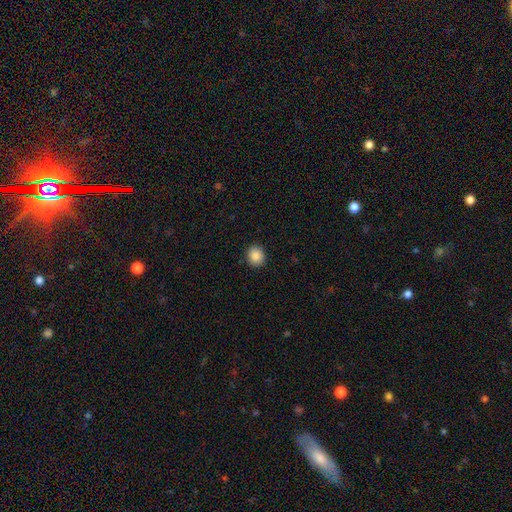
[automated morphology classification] type=smooth (88%); roundness=round (76%); merging=none (91%).